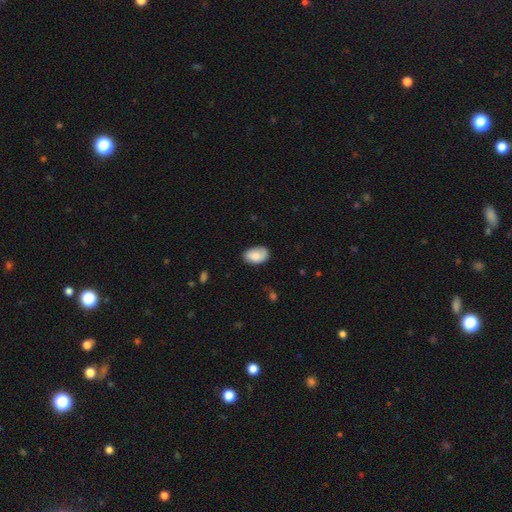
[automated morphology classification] This appears to be a smooth galaxy with no disk features (86%) that is in between round and cigar-shaped (91%). Merging: none (78%).